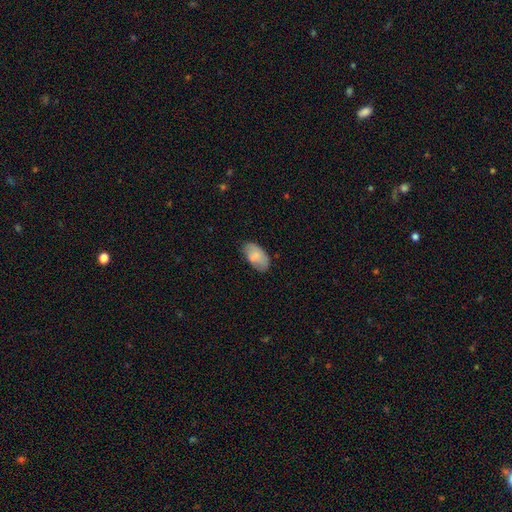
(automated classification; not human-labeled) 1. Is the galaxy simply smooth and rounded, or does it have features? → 78% smooth, 15% featured or disk, 7% star or artifact.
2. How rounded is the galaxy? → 94% in between, 4% round, 2% cigar-shaped.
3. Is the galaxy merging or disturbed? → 69% none, 23% minor disturbance, 5% major disturbance, 3% merger.